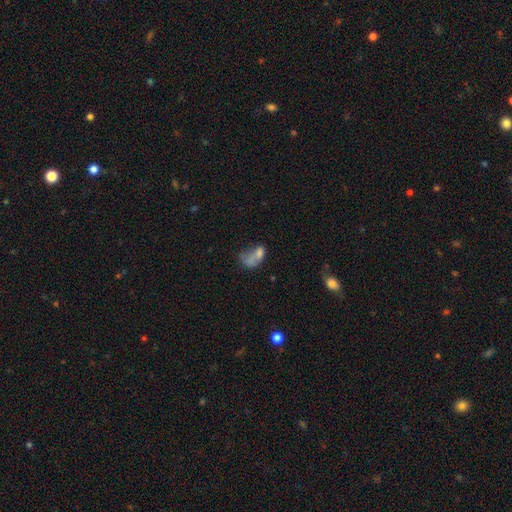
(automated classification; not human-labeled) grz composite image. It shows a smooth galaxy with no disk features (63%) that is in between round and cigar-shaped (82%). Merging: merger (36%).